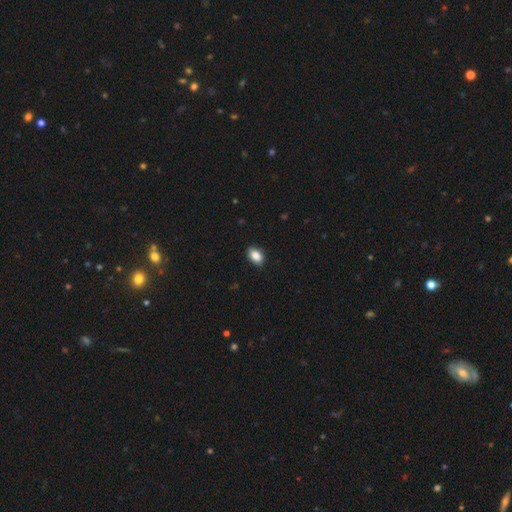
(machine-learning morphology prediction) A smooth galaxy with no disk features (87%) that is in between round and cigar-shaped (87%). Merging: none (83%).